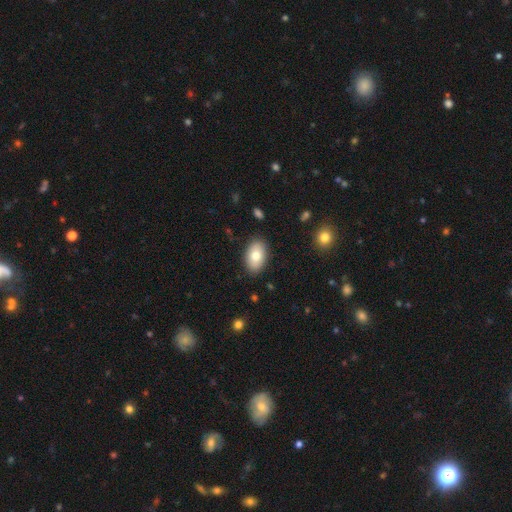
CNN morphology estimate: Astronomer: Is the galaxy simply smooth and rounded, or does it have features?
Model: smooth — 77%.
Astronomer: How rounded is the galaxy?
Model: in between — 92%.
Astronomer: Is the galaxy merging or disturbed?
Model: none — 87%.